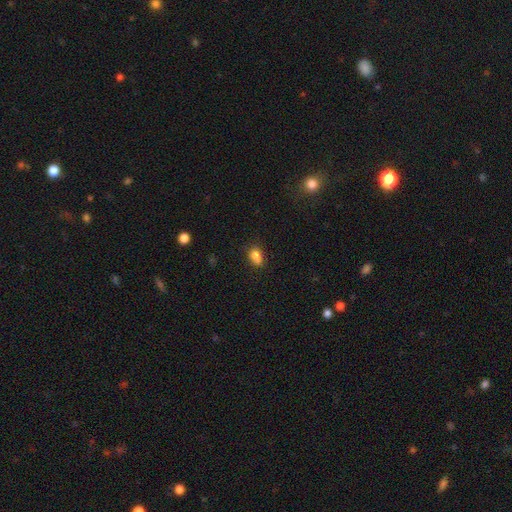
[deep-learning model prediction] Q: Smooth or featured?
A: smooth (79%); runner-up: star or artifact (11%)
Q: How rounded?
A: in between (67%); runner-up: round (31%)
Q: Merging?
A: none (53%); runner-up: minor disturbance (26%)